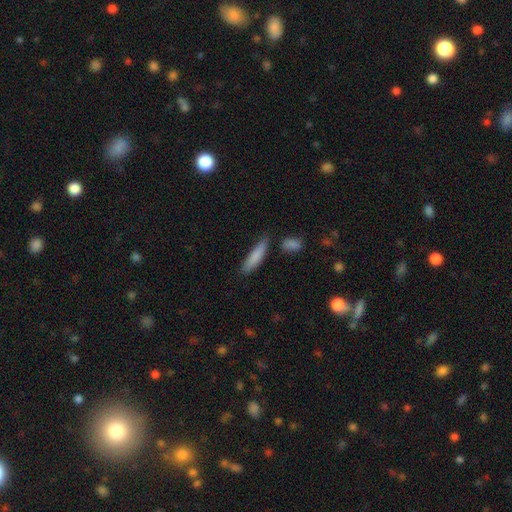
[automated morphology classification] smooth_or_featured: smooth (p=0.83) [alt: featured or disk p=0.11]
how_rounded: cigar-shaped (p=0.79) [alt: in between p=0.19]
merging: none (p=0.76) [alt: minor disturbance p=0.15]